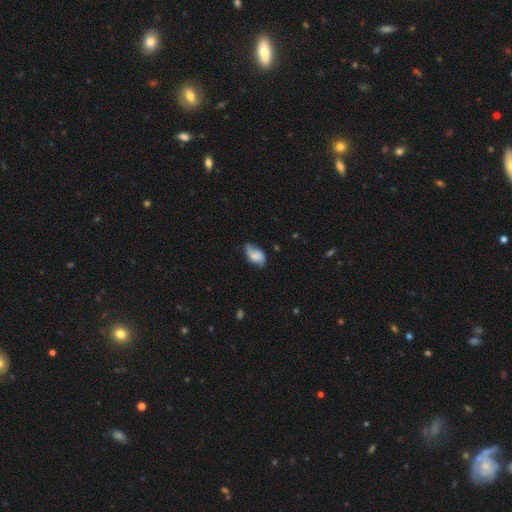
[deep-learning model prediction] This appears to be a smooth galaxy with no disk features (56%) that is in between round and cigar-shaped (89%). Merging: none (51%).